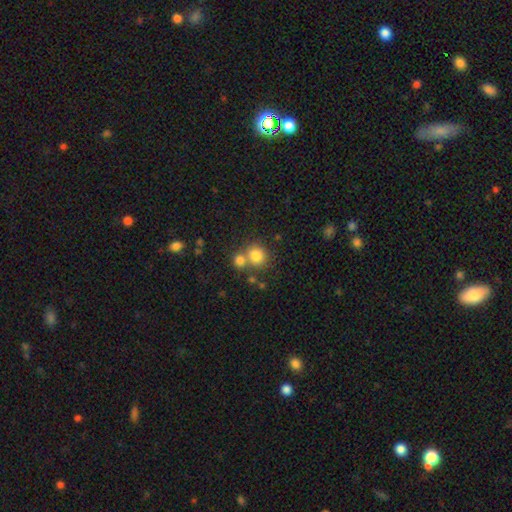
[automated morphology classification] Overall: smooth (80%). How rounded: round (86%). Merging: none (54%; merger 35%).